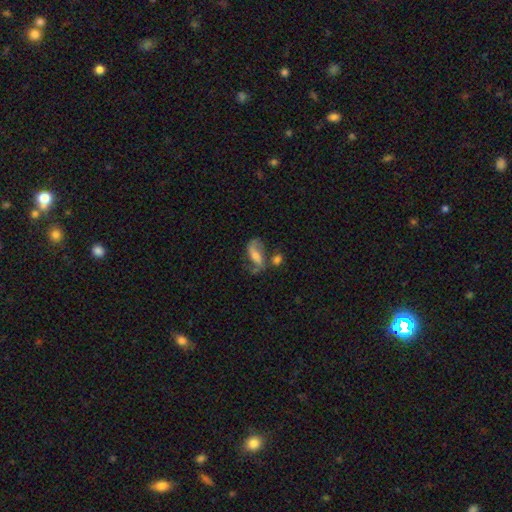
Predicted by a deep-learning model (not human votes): smooth_or_featured: featured or disk (p=0.58) [alt: smooth p=0.32]
disk_edge_on: no (p=0.91) [alt: yes p=0.09]
bar: weak (p=0.35) [alt: no p=0.33]
has_spiral_arms: yes (p=0.82) [alt: no p=0.18]
bulge_size: moderate (p=0.42) [alt: small p=0.36]
merging: none (p=0.45) [alt: minor disturbance p=0.20]